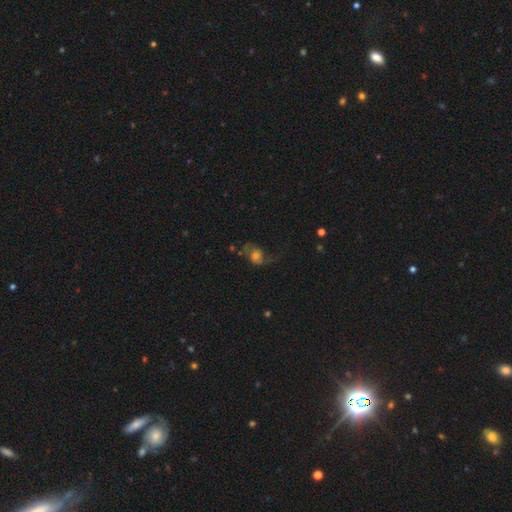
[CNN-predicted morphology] The model was most divided on "merging" (2-way tie): none: 37%, major disturbance: 37%, minor disturbance: 22%, merger: 4%. Remaining: smooth or featured — smooth (46%).